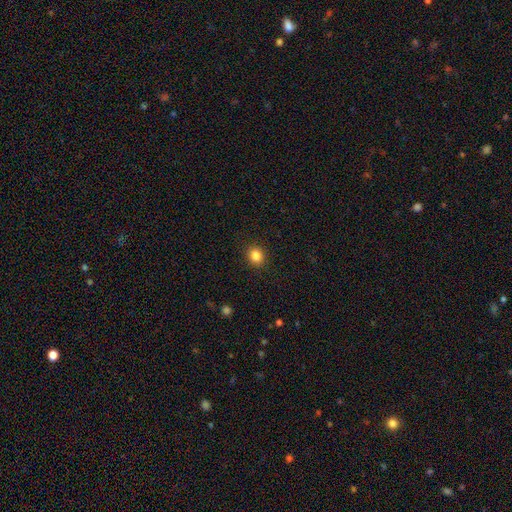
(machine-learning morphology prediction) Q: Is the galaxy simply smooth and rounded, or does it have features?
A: smooth — 84%.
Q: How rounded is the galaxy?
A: round — 77%.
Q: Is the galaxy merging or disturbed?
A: none — 90%.